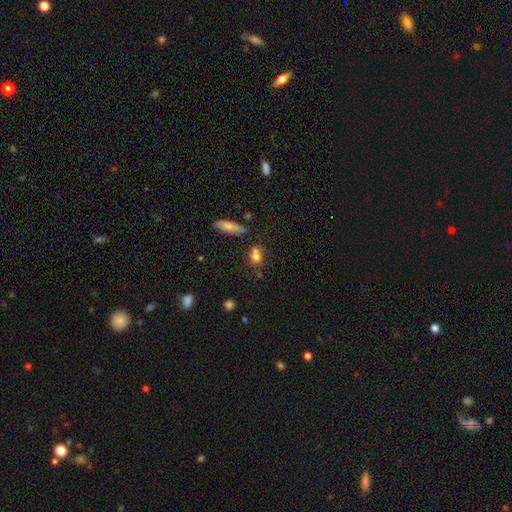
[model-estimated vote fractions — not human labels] Smooth or featured? smooth (74%)
How rounded? round (47%)
Merging? none (47%)